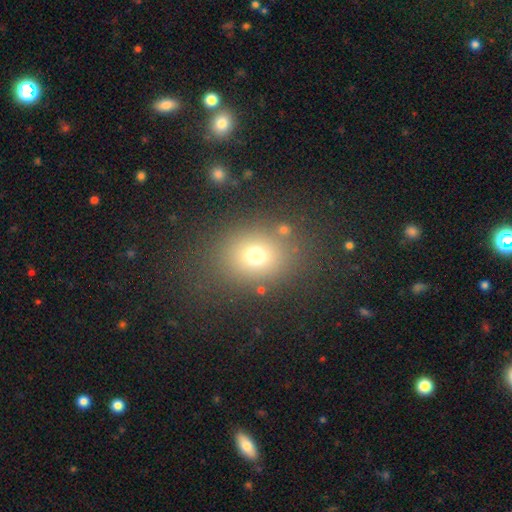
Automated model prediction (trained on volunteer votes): Q: Smooth or featured?
A: smooth (70%); runner-up: star or artifact (18%)
Q: How rounded?
A: round (60%); runner-up: in between (39%)
Q: Merging?
A: none (80%); runner-up: minor disturbance (11%)